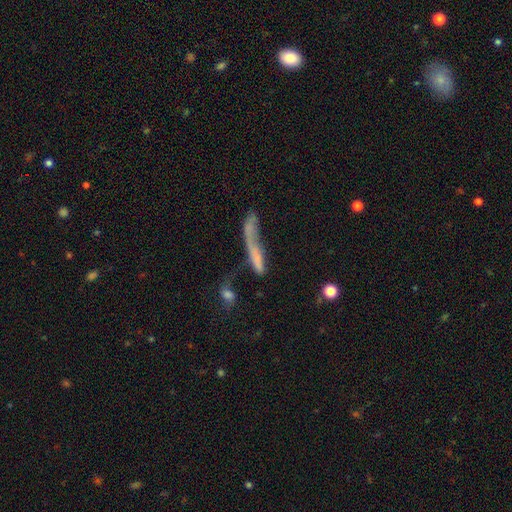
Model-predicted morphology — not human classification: This appears to be a smooth galaxy with no disk features (50%). Merging: major disturbance (34%).